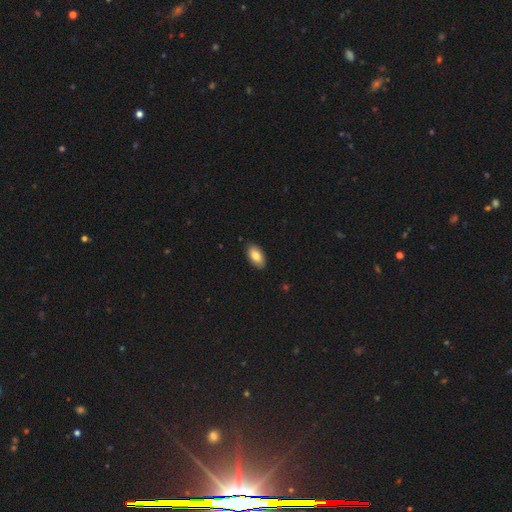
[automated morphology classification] type=smooth (82%); roundness=in between (94%); merging=none (89%).